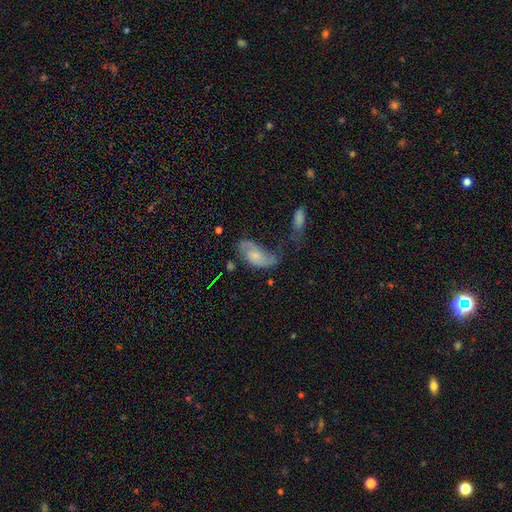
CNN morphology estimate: featured or disk 55%, smooth 37%, star or artifact 8%. Down the decision tree: edge-on disk — no (94%); bar — no (70%); spiral arms — yes (79%); bulge size — small (56%); merging — none (32%).